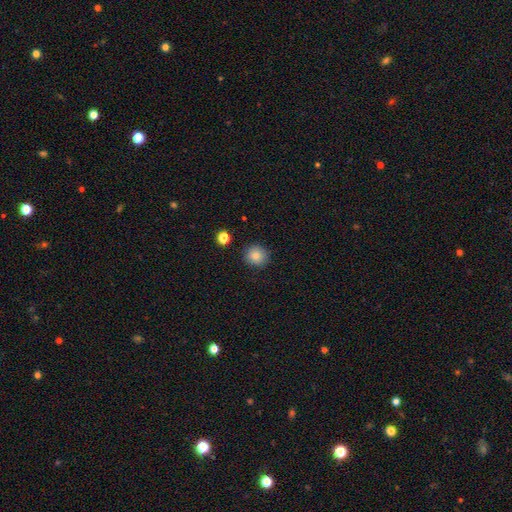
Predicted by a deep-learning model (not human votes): smooth_or_featured: smooth (p=0.86) [alt: star or artifact p=0.10]
how_rounded: round (p=0.91) [alt: in between p=0.08]
merging: none (p=0.89) [alt: minor disturbance p=0.08]